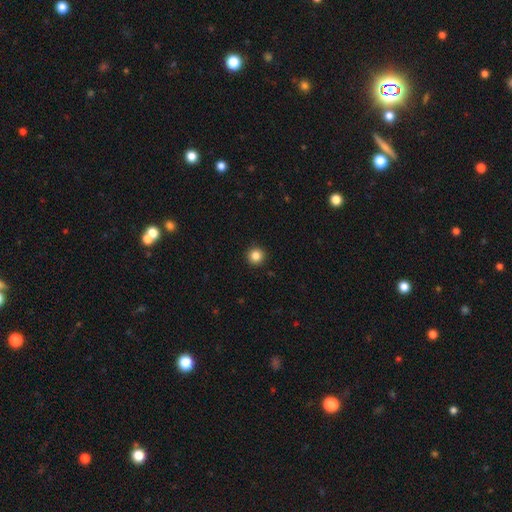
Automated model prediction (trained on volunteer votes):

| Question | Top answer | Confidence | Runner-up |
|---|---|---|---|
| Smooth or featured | smooth | 85% | star or artifact (11%) |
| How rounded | round | 95% | in between (4%) |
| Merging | none | 93% | minor disturbance (4%) |